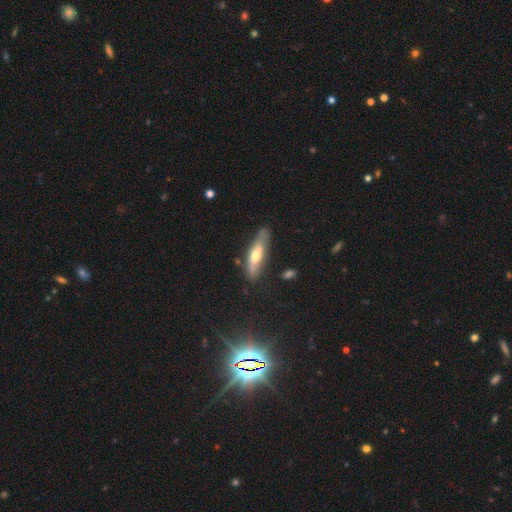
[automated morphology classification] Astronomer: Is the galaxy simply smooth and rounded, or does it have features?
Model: featured or disk — 47%, tied with smooth at 47%.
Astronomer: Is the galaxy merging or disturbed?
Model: none — 69%.